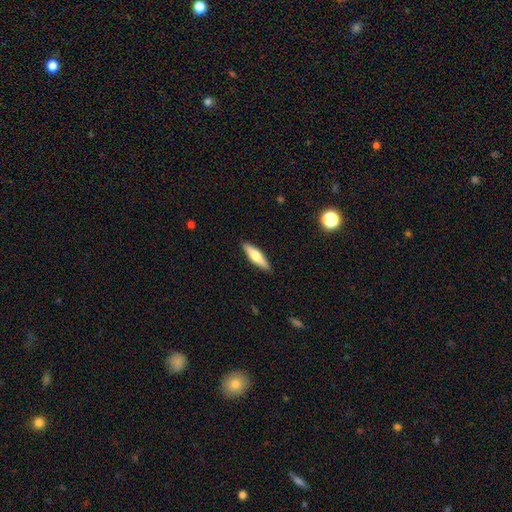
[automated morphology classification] Q: Smooth or featured?
A: smooth (60%); runner-up: featured or disk (34%)
Q: How rounded?
A: cigar-shaped (70%); runner-up: in between (28%)
Q: Merging?
A: none (90%); runner-up: minor disturbance (7%)